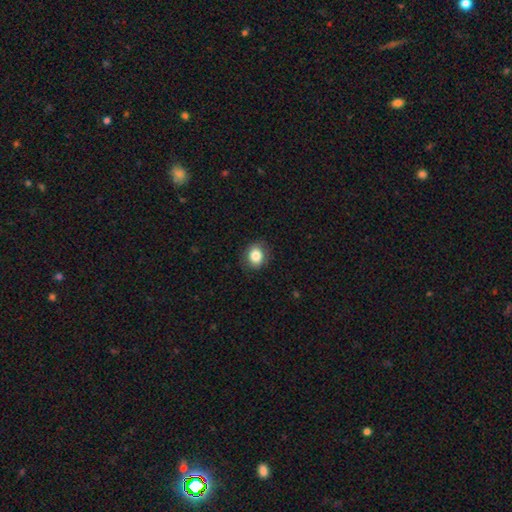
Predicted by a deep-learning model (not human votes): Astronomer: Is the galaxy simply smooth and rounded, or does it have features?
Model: smooth — 84%.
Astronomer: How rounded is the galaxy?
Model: round — 56% (runner-up: in between, 43%).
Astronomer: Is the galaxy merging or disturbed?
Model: none — 87%.